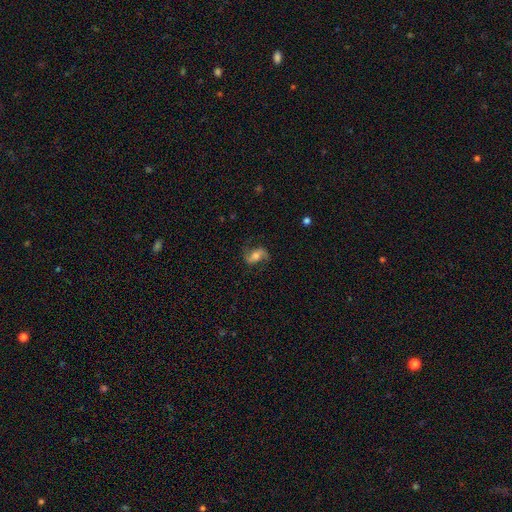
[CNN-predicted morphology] A featured or disk galaxy (69%) with no bar (45%), 2 (91%) loose (56%) spiral arms (92%) and a moderate central bulge (59%).

Vote fractions:
- Smooth or featured? featured or disk: 69% / smooth: 23% / star or artifact: 9%
- Edge-on disk? no: 95% / yes: 5%
- Bar? no: 45% / weak: 36% / strong: 20%
- Spiral arms? yes: 92% / no: 8%
- Spiral winding? loose: 56% / medium: 34% / tight: 9%
- Spiral arm count? 2: 91% / can't tell: 4% / 1: 3% / 3: 1% / 4: 1% / more than 4: 1%
- Bulge size? moderate: 59% / small: 20% / large: 16% / none: 3% / dominant: 2%
- Merging? none: 73% / minor disturbance: 17% / major disturbance: 9% / merger: 1%